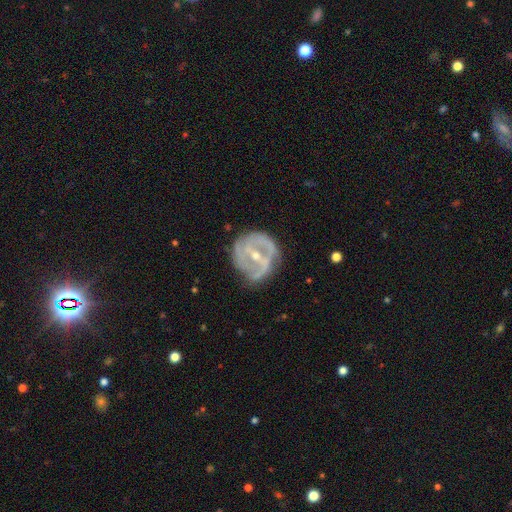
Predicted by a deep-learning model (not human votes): Smooth or featured? Predicted: featured or disk (p=0.83). Edge-on disk? Predicted: no (p=0.96). Bar? Predicted: strong (p=0.45). Spiral arms? Predicted: yes (p=0.80). Spiral winding? Predicted: tight (p=0.41). Spiral arm count? Predicted: 2 (p=0.47). Bulge size? Predicted: small (p=0.56). Merging? Predicted: none (p=0.63).